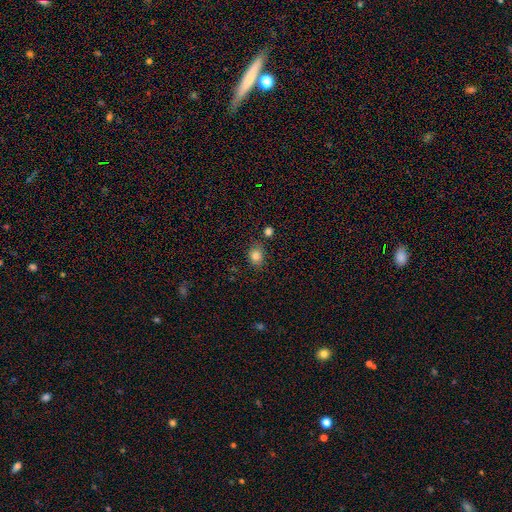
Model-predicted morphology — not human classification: smooth-or-featured: smooth: 82% | star or artifact: 12% | featured or disk: 6%
  how-rounded: round: 54% | in between: 45% | cigar-shaped: 1%
  merging: none: 78% | minor disturbance: 13% | merger: 5% | major disturbance: 3%